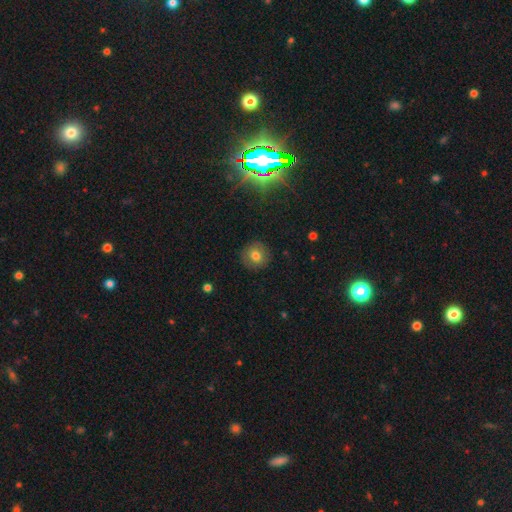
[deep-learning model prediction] Smooth or featured?
  - smooth: 73% *
  - featured or disk: 15%
  - star or artifact: 13%
How rounded?
  - round: 93% *
  - in between: 6%
  - cigar-shaped: 1%
Merging?
  - none: 89% *
  - minor disturbance: 8%
  - major disturbance: 2%
  - merger: 1%